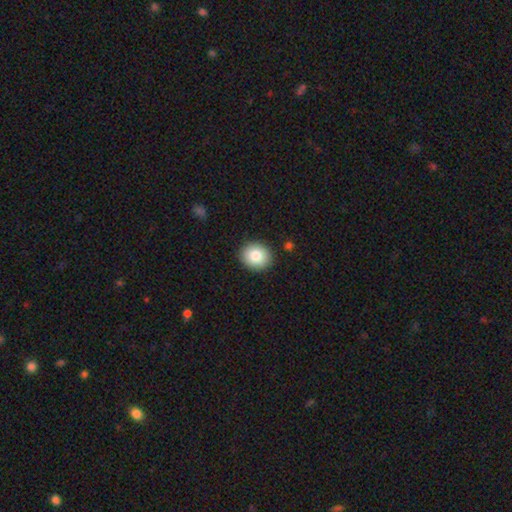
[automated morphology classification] Smooth or featured? Predicted: smooth (p=0.83). How rounded? Predicted: round (p=0.76). Merging? Predicted: none (p=0.90).